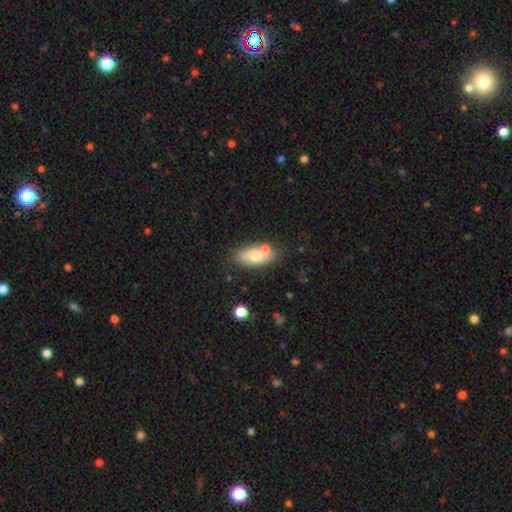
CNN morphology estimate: Smooth or featured?
  - smooth: 70% *
  - featured or disk: 22%
  - star or artifact: 8%
How rounded?
  - in between: 85% *
  - cigar-shaped: 11%
  - round: 4%
Merging?
  - none: 67% *
  - minor disturbance: 15%
  - merger: 14%
  - major disturbance: 4%